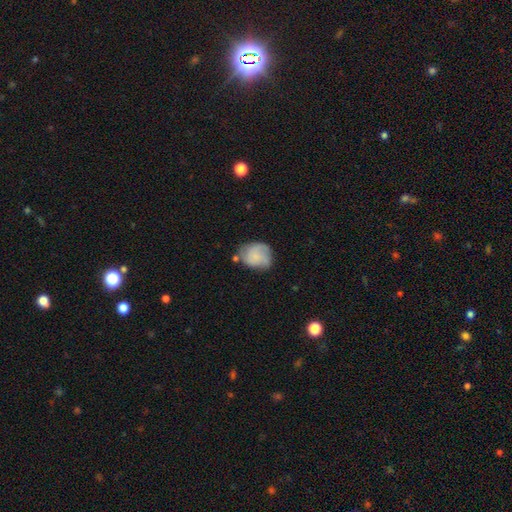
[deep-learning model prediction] Smooth or featured? smooth (61%)
How rounded? round (58%)
Merging? none (52%)